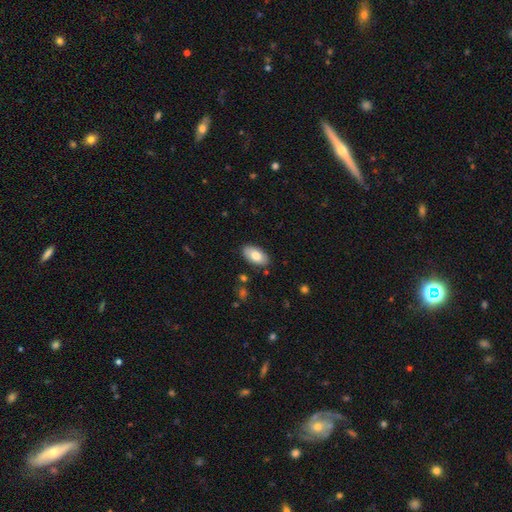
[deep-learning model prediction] Smooth or featured? Predicted: smooth (p=0.78). How rounded? Predicted: in between (p=0.94). Merging? Predicted: none (p=0.87).